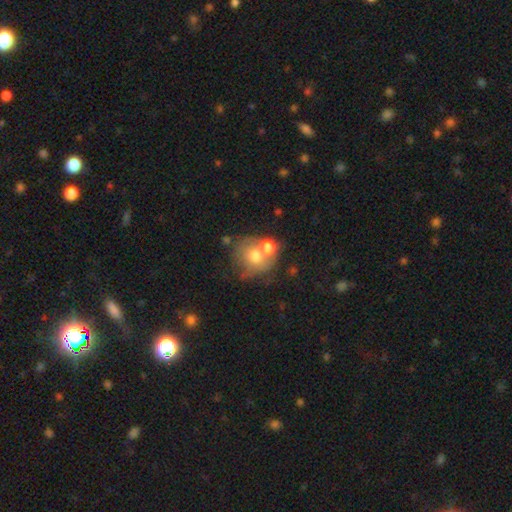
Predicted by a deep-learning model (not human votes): Morphology: type=smooth (62%); roundness=round (76%); merging=merger (43%).